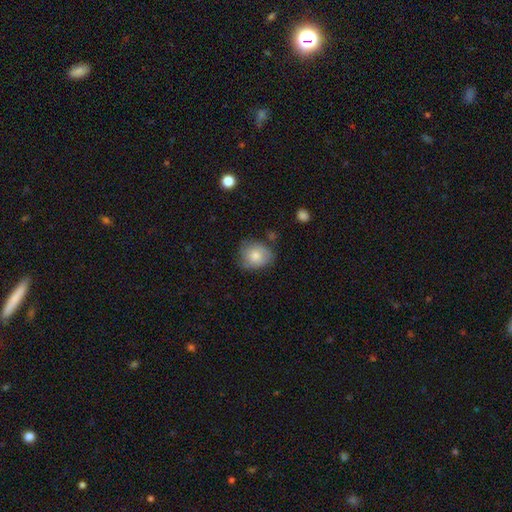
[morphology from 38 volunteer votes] Overall: smooth (74%). How rounded: round (71%). Merging: none (55%; minor disturbance 24%).